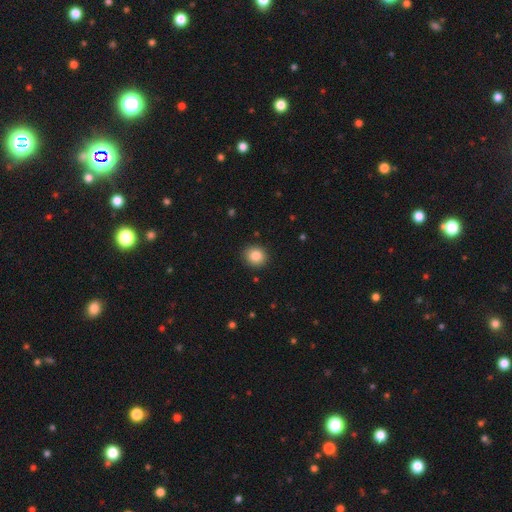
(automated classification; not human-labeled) Overall: smooth (86%). How rounded: round (82%). Merging: none (90%).